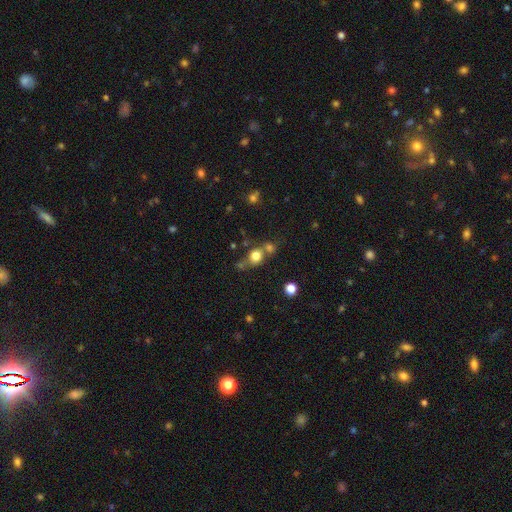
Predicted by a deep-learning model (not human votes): Smooth or featured? Predicted: smooth (p=0.76). How rounded? Predicted: round (p=0.76). Merging? Predicted: none (p=0.49).